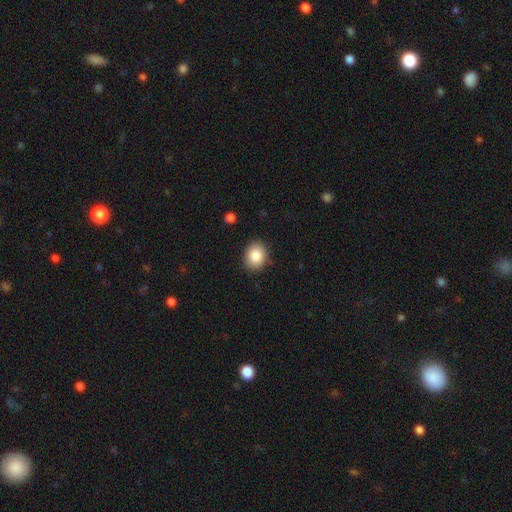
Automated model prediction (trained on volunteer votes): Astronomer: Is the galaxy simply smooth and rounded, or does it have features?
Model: smooth — 86%.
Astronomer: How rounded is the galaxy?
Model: round — 50% (runner-up: in between, 49%).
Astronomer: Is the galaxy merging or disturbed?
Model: none — 87%.